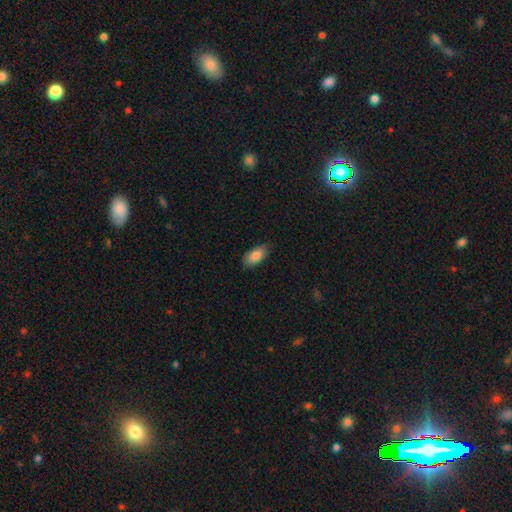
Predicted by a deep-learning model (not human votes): This appears to be a smooth galaxy with no disk features (85%) that is in between round and cigar-shaped (90%). Merging: none (80%).